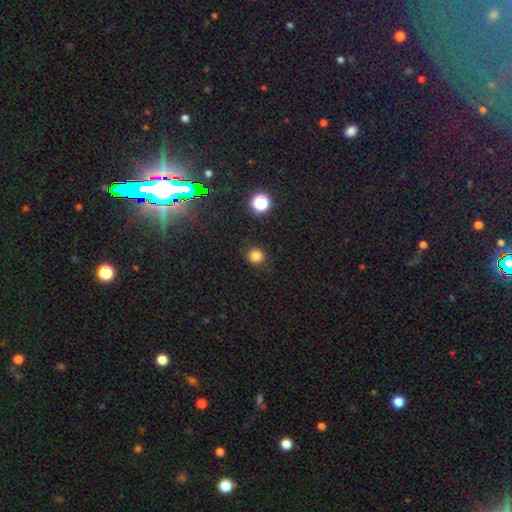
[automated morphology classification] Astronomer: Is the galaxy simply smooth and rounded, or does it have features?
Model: smooth — 81%.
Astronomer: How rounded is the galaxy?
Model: round — 91%.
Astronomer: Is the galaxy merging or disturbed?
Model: none — 88%.